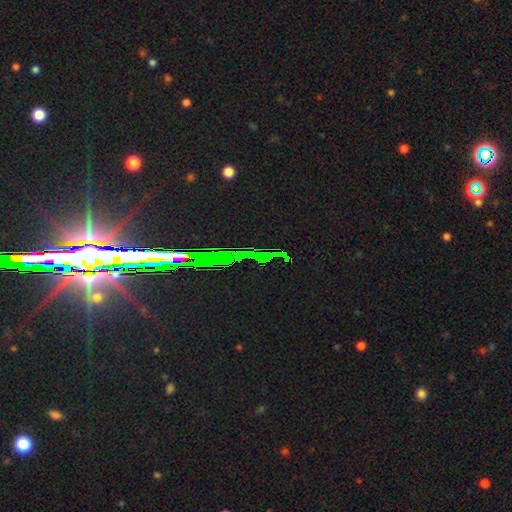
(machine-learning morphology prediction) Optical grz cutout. It shows a star or artifact, not a galaxy (80%).